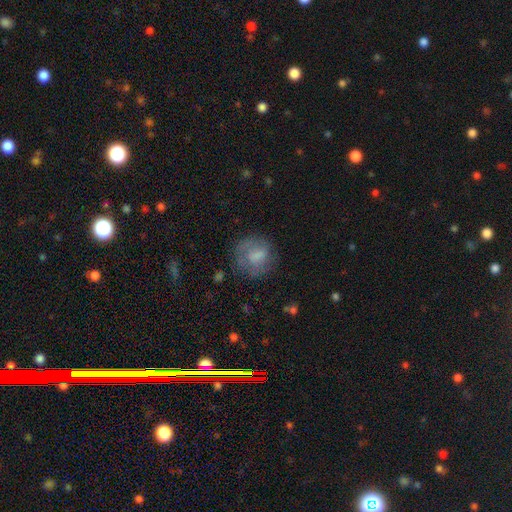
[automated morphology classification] Smooth or featured? Predicted: smooth (p=0.65). How rounded? Predicted: round (p=0.79). Merging? Predicted: none (p=0.62).